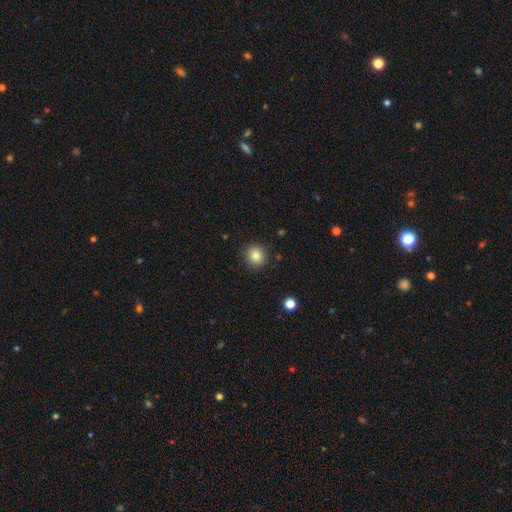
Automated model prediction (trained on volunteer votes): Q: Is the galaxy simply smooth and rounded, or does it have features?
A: smooth — 83%.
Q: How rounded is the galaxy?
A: round — 86%.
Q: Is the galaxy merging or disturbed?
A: none — 89%.